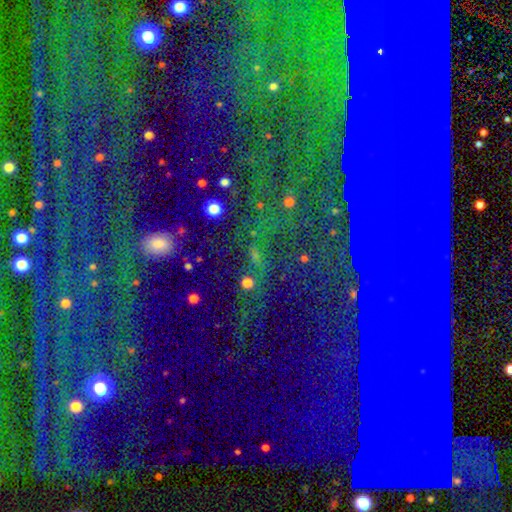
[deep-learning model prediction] Smooth or featured: star or artifact — 69% (smooth — 16%)